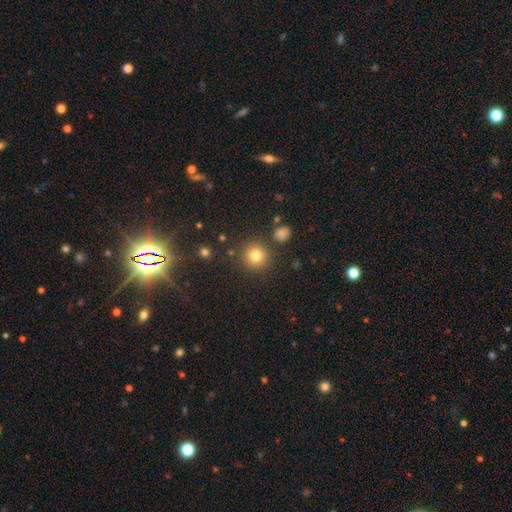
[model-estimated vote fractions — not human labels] The model was most divided on "smooth or featured": smooth: 80%, star or artifact: 13%, featured or disk: 6%. More confident: how rounded — round (93%); merging — none (87%).